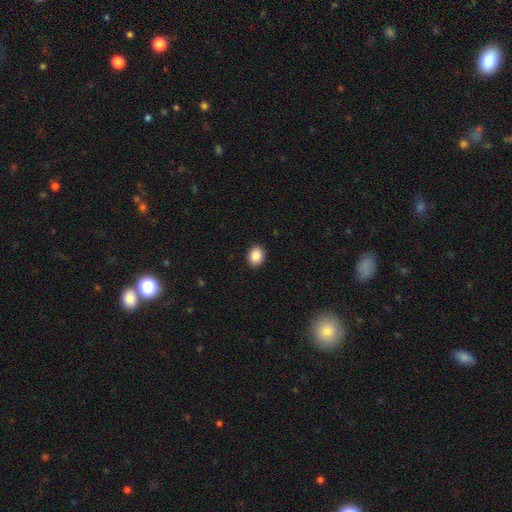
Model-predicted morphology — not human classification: Smooth or featured: smooth — 88% (star or artifact — 8%)
How rounded: in between — 51% (round — 48%)
Merging: none — 91% (minor disturbance — 6%)